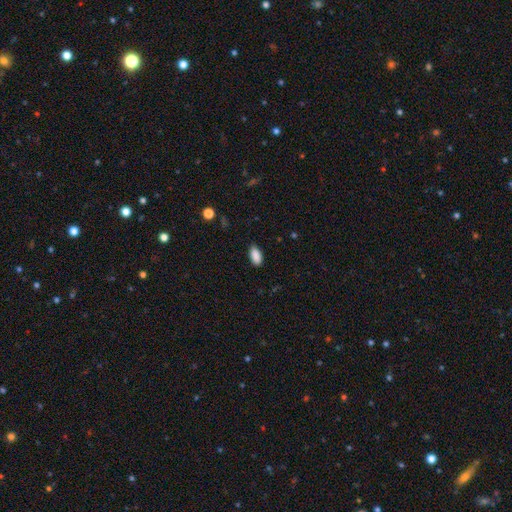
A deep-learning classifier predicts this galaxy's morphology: type=smooth (90%); roundness=in between (92%); merging=none (85%).